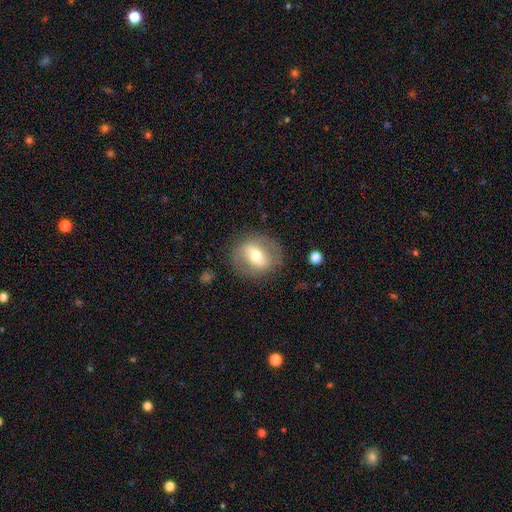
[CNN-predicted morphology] smooth_or_featured: featured or disk (p=0.50) [alt: smooth p=0.43]
merging: none (p=0.81) [alt: minor disturbance p=0.12]